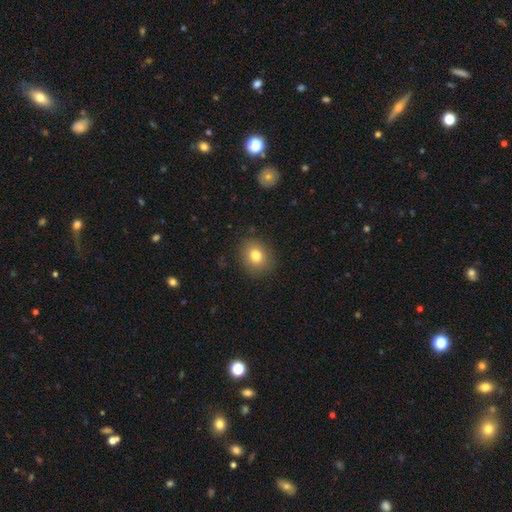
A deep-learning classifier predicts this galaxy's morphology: A smooth galaxy with no disk features (79%) that is round (69%). Merging: none (86%).